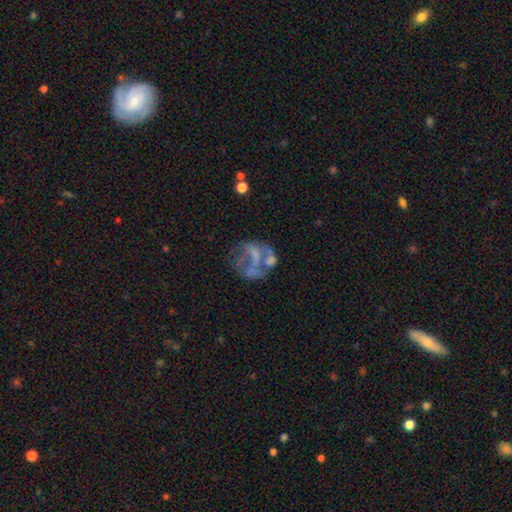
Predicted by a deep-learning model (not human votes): This appears to be a featured or disk galaxy (65%) with no bar (72%), no spiral arms (70%) and no central bulge (66%). Merging: none (36%).